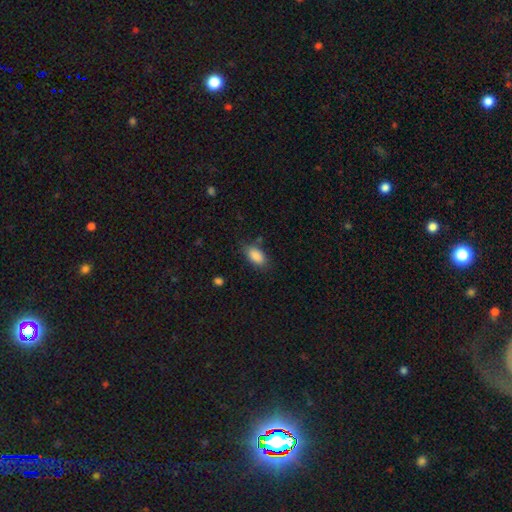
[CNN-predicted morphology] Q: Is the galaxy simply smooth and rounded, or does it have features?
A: smooth — 88%.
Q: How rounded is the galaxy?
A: in between — 91%.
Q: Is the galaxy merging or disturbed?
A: none — 76%.